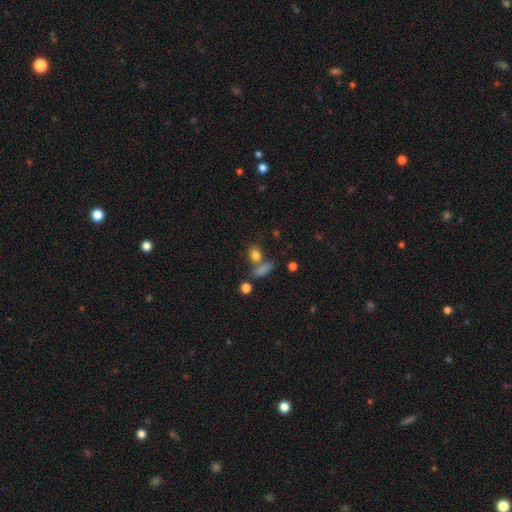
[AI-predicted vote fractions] Smooth or featured: smooth — 81% (star or artifact — 11%)
How rounded: in between — 49% (round — 43%)
Merging: none — 59% (merger — 24%)